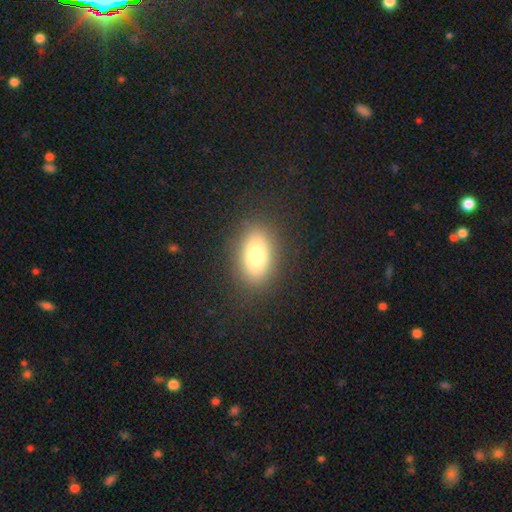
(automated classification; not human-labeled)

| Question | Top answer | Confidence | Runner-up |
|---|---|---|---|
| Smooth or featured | smooth | 78% | featured or disk (11%) |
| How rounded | in between | 84% | round (13%) |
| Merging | none | 85% | minor disturbance (9%) |